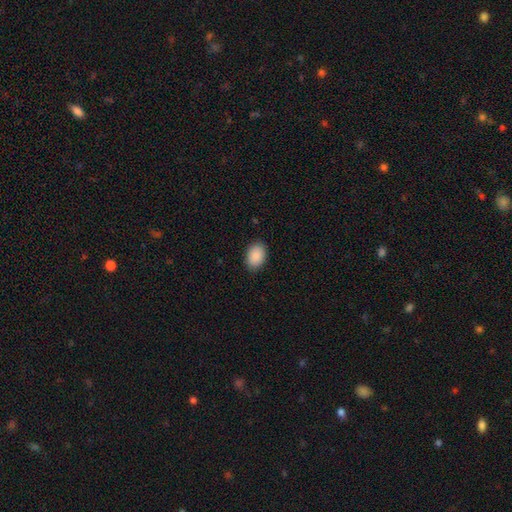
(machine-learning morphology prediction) smooth 91%, star or artifact 7%, featured or disk 3%. Down the decision tree: how rounded — in between (82%); merging — none (88%).